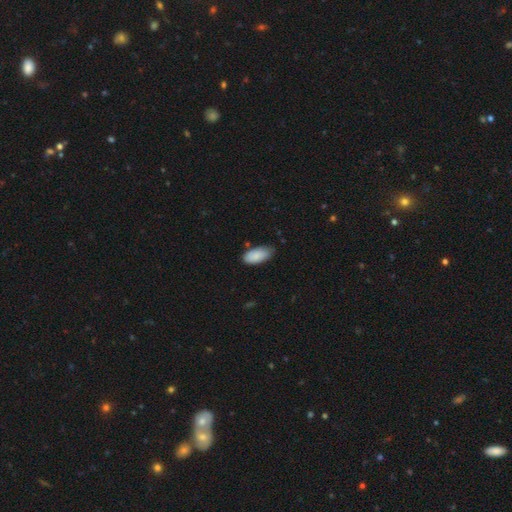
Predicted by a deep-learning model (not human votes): This is clearly a smooth galaxy (86%). How rounded: clearly in between (92%). Merging: likely none (66%).